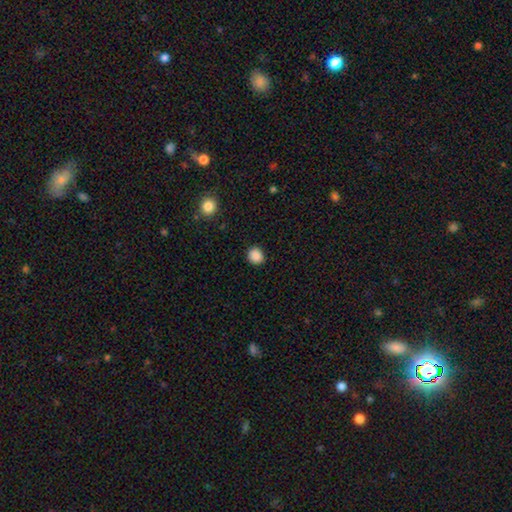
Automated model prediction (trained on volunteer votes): smooth 88%, star or artifact 9%, featured or disk 3%. Down the decision tree: how rounded — round (82%); merging — none (90%).